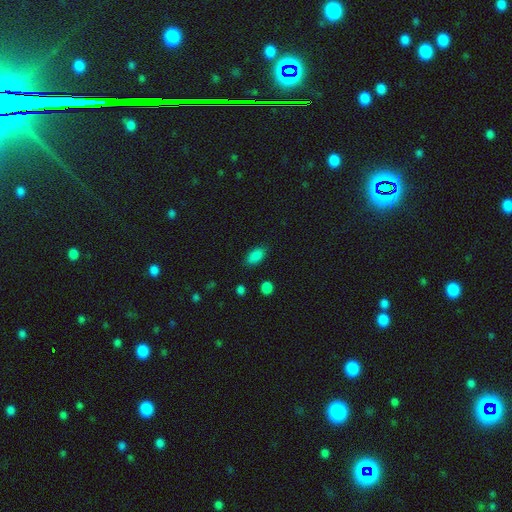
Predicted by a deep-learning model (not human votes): The model was most divided on "merging": none: 83%, minor disturbance: 12%, major disturbance: 3%, merger: 2%. More confident: how rounded — in between (90%); smooth or featured — smooth (86%).